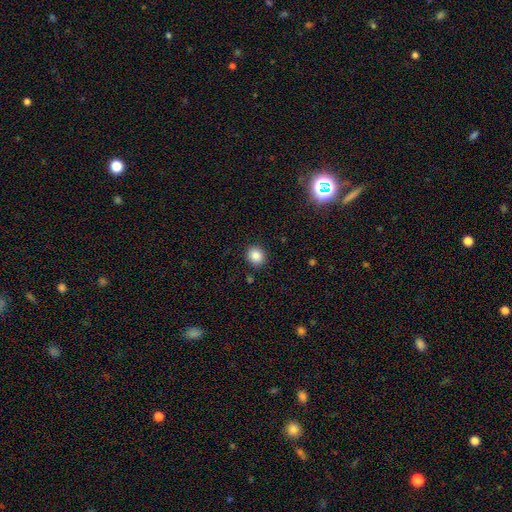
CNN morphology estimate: Smooth or featured? Predicted: smooth (p=0.86). How rounded? Predicted: round (p=0.78). Merging? Predicted: none (p=0.89).